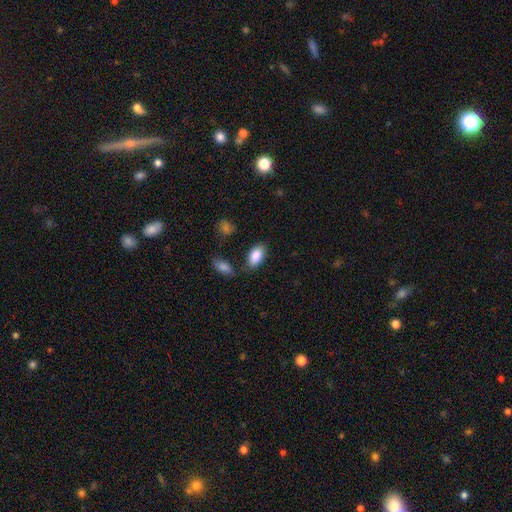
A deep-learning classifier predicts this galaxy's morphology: smooth-or-featured: smooth: 87% | star or artifact: 7% | featured or disk: 6%
  how-rounded: in between: 94% | round: 4% | cigar-shaped: 3%
  merging: none: 76% | minor disturbance: 15% | merger: 6% | major disturbance: 4%